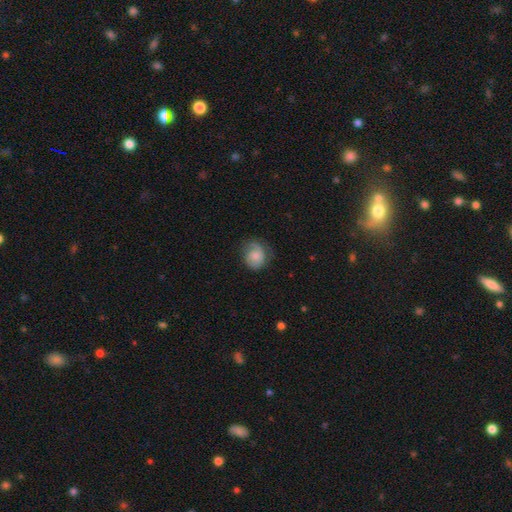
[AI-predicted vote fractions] This is possibly a smooth galaxy (49%). Merging: likely none (60%).